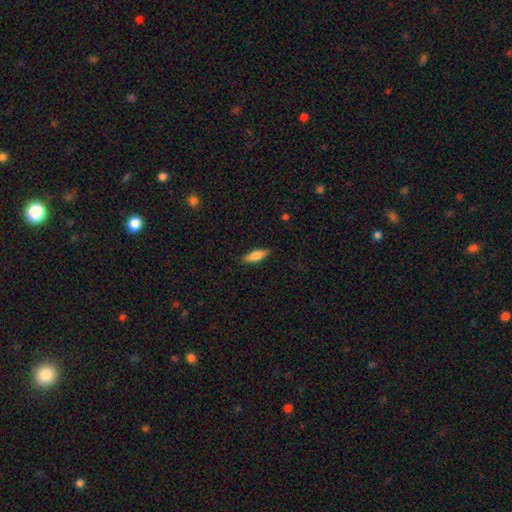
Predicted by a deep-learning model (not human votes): smooth-or-featured: smooth: 73% | featured or disk: 20% | star or artifact: 6%
  how-rounded: in between: 51% | cigar-shaped: 47% | round: 2%
  merging: none: 86% | minor disturbance: 11% | major disturbance: 2% | merger: 1%